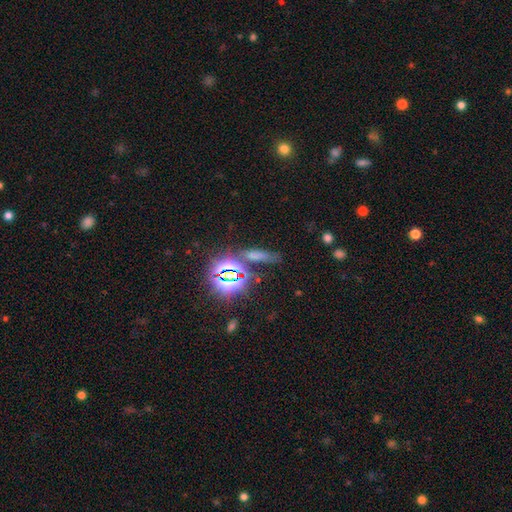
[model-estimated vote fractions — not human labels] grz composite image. It shows a smooth galaxy with no disk features (49%). Merging: none (64%).